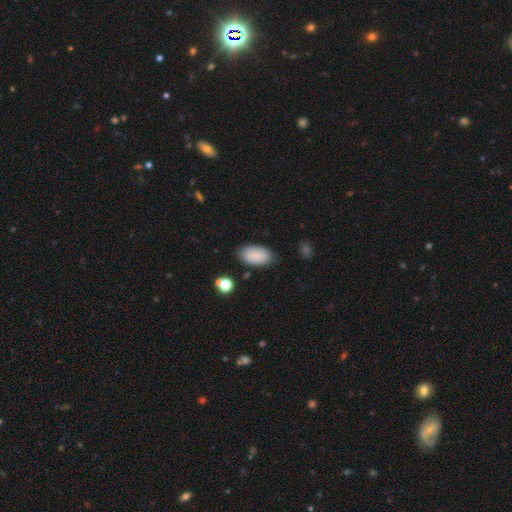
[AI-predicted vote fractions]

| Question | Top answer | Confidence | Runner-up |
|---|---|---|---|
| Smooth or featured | smooth | 83% | featured or disk (9%) |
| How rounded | in between | 94% | round (4%) |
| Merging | none | 82% | minor disturbance (13%) |